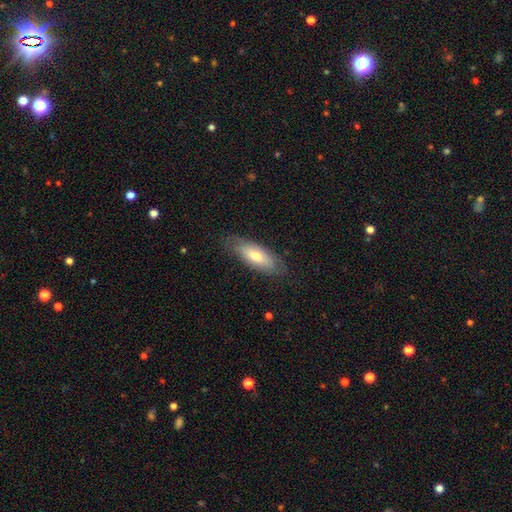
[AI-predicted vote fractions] This is likely a smooth galaxy (63%). How rounded: likely in between (71%). Merging: likely none (78%).